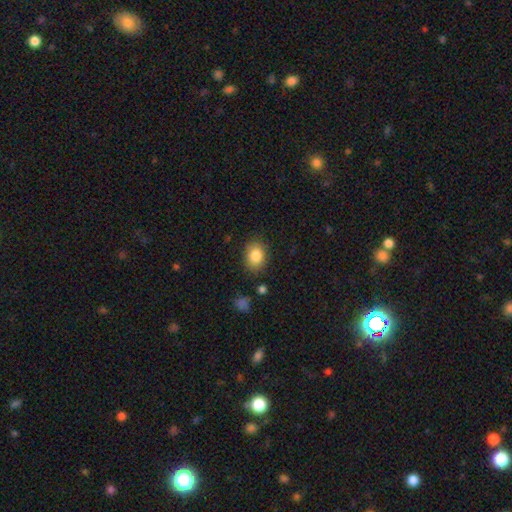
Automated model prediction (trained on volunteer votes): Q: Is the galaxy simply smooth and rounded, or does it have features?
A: smooth — 85%.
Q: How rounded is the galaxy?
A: in between — 60%.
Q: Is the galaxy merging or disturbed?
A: none — 83%.